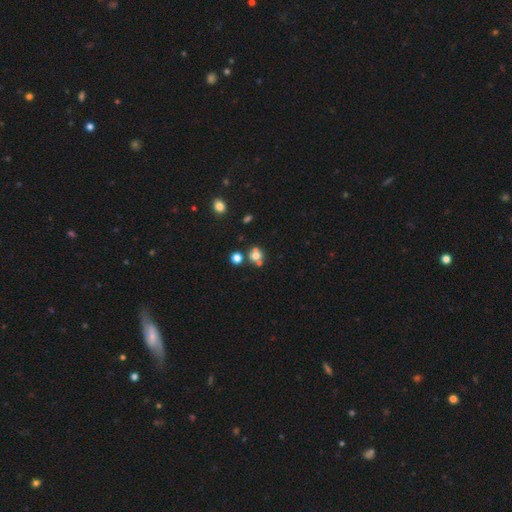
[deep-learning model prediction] This appears to be a smooth galaxy with no disk features (67%) that is round (80%). Merging: none (53%).